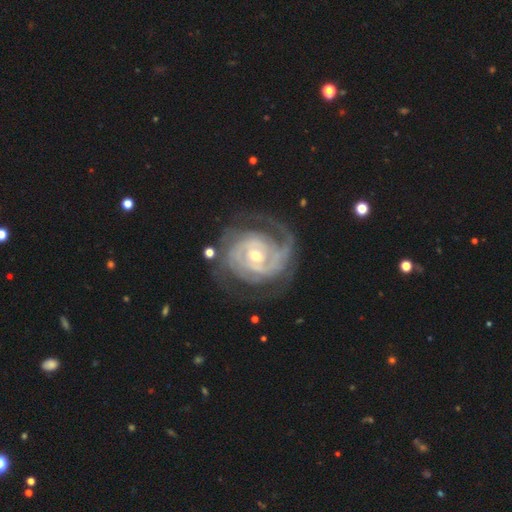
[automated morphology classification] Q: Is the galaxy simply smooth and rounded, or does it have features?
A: featured or disk — 91%.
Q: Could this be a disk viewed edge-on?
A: no — 97%.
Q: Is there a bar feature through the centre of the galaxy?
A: weak — 43%.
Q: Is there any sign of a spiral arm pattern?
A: yes — 97%.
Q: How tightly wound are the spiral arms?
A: tight — 71%.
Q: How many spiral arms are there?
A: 2 — 36%.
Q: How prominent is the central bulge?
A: moderate — 55%.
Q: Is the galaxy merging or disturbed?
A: none — 69%.